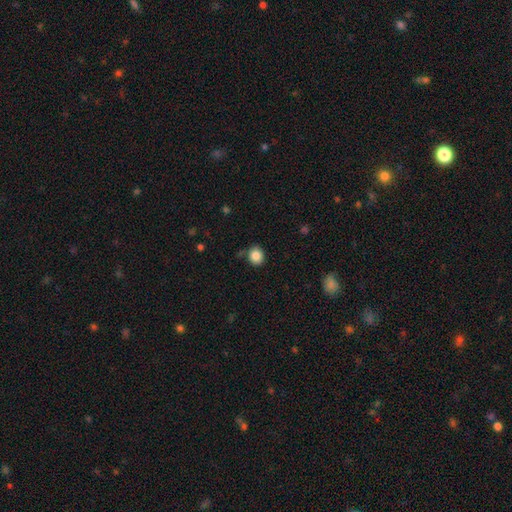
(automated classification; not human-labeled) Smooth or featured?
  - smooth: 86% *
  - star or artifact: 10%
  - featured or disk: 5%
How rounded?
  - round: 76% *
  - in between: 23%
  - cigar-shaped: 1%
Merging?
  - none: 82% *
  - minor disturbance: 12%
  - merger: 4%
  - major disturbance: 3%